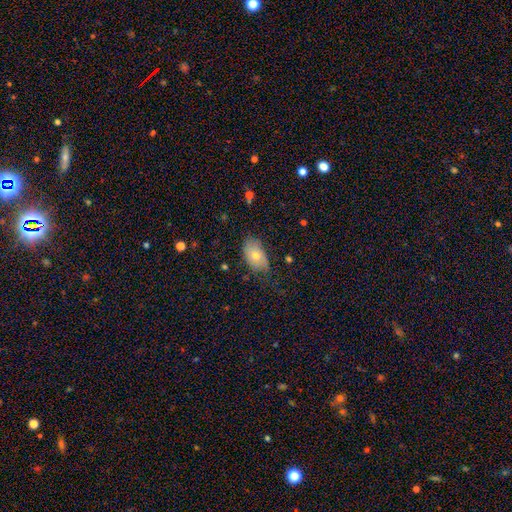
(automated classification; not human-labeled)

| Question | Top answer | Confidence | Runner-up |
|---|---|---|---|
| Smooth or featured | smooth | 69% | featured or disk (24%) |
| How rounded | in between | 91% | round (8%) |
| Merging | none | 63% | minor disturbance (29%) |